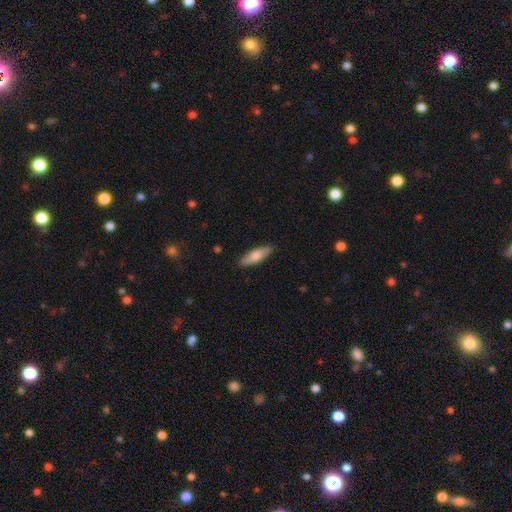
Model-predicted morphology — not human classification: Smooth or featured?
  - smooth: 69% *
  - featured or disk: 25%
  - star or artifact: 5%
How rounded?
  - cigar-shaped: 50% *
  - in between: 48%
  - round: 2%
Merging?
  - none: 88% *
  - minor disturbance: 9%
  - major disturbance: 2%
  - merger: 1%